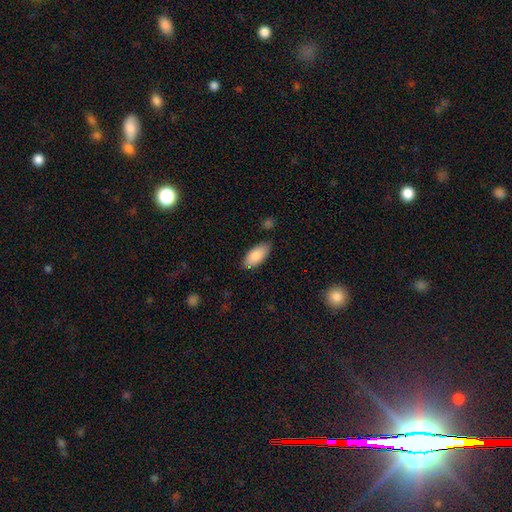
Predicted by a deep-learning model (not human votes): Morphology: type=smooth (87%); roundness=in between (89%); merging=none (80%).